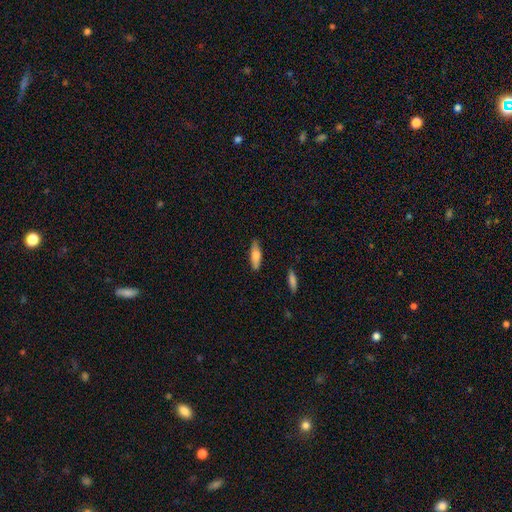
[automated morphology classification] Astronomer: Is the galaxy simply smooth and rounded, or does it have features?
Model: smooth — 70%.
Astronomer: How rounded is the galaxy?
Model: cigar-shaped — 55% (runner-up: in between, 43%).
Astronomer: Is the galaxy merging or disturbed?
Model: none — 85%.